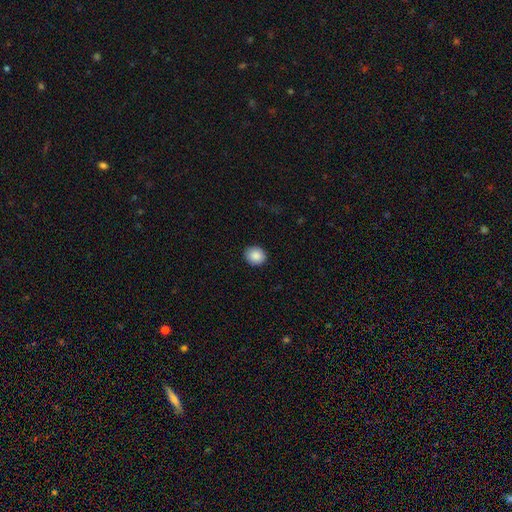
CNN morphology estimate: smooth_or_featured: smooth (p=0.89) [alt: star or artifact p=0.08]
how_rounded: round (p=0.75) [alt: in between p=0.24]
merging: none (p=0.91) [alt: minor disturbance p=0.07]